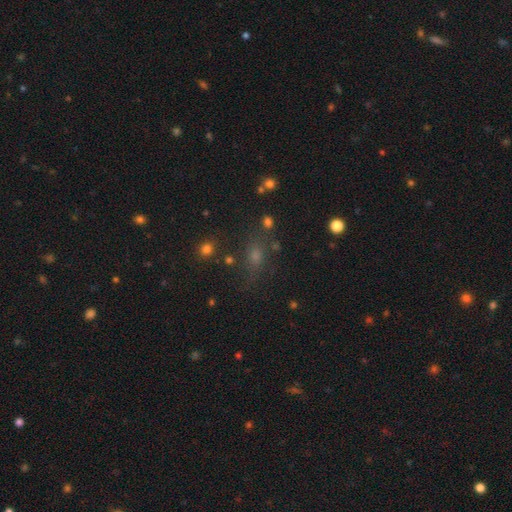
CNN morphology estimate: Smooth or featured?
  - smooth: 60% *
  - star or artifact: 28%
  - featured or disk: 12%
How rounded?
  - in between: 57% *
  - round: 35%
  - cigar-shaped: 7%
Merging?
  - none: 70% *
  - minor disturbance: 16%
  - major disturbance: 8%
  - merger: 6%